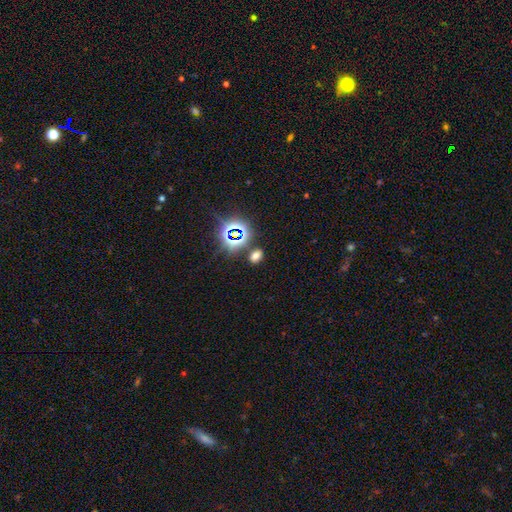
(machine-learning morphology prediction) smooth_or_featured: smooth (p=0.58) [alt: star or artifact p=0.34]
how_rounded: in between (p=0.82) [alt: round p=0.16]
merging: none (p=0.81) [alt: minor disturbance p=0.09]